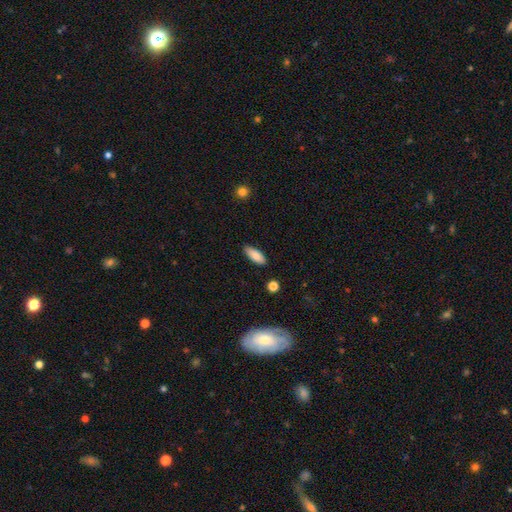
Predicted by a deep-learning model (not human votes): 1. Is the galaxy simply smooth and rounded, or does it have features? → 85% smooth, 8% featured or disk, 7% star or artifact.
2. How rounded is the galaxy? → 73% in between, 25% cigar-shaped, 2% round.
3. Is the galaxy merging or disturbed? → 86% none, 11% minor disturbance, 2% major disturbance, 1% merger.